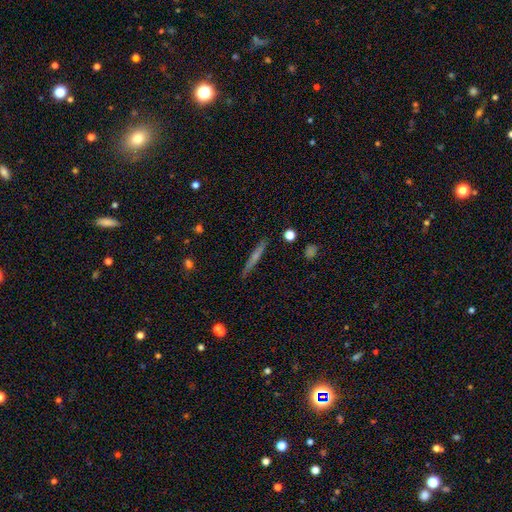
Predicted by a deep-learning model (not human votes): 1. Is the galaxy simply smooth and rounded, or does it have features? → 50% featured or disk, 42% smooth, 8% star or artifact.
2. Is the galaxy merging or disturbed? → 89% none, 8% minor disturbance, 2% major disturbance, 2% merger.